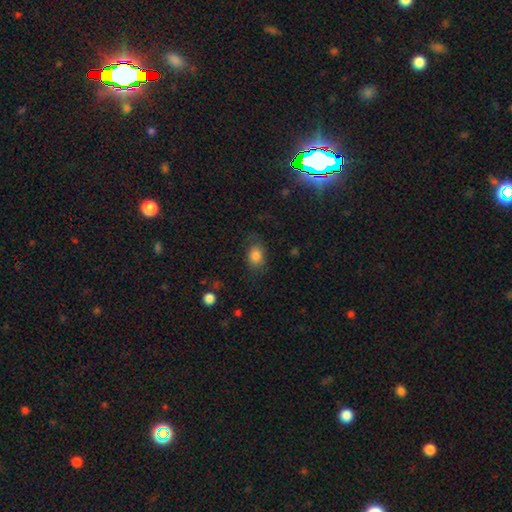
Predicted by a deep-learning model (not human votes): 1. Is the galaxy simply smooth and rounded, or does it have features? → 82% smooth, 9% featured or disk, 9% star or artifact.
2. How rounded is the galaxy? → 74% in between, 25% round, 1% cigar-shaped.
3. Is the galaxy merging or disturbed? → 69% none, 21% minor disturbance, 9% major disturbance, 1% merger.